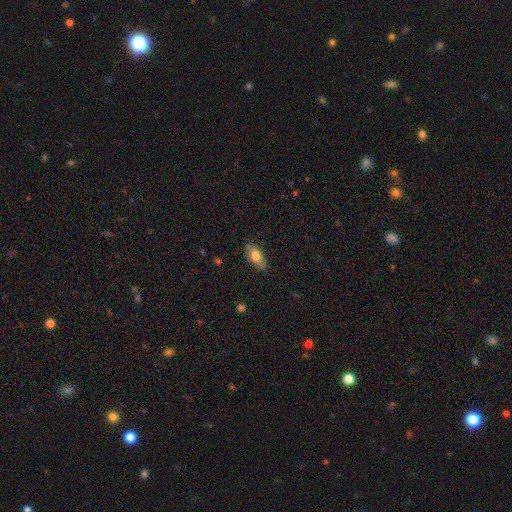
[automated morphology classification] smooth 75%, featured or disk 18%, star or artifact 7%. Down the decision tree: how rounded — in between (86%); merging — none (83%).